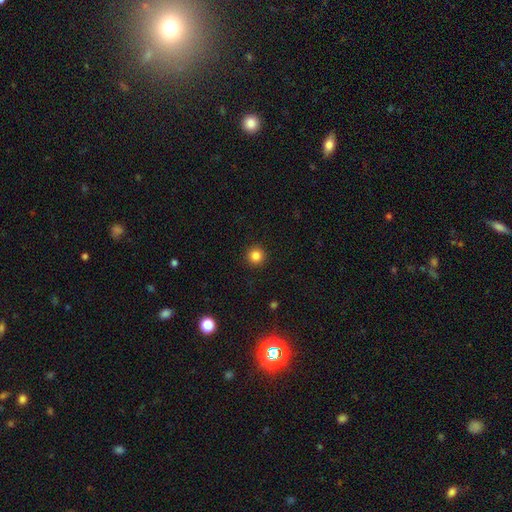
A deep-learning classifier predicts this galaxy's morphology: A smooth galaxy with no disk features (84%) that is round (96%).

Vote fractions:
- Smooth or featured? smooth: 84% / star or artifact: 12% / featured or disk: 4%
- How rounded? round: 96% / in between: 3% / cigar-shaped: 1%
- Merging? none: 93% / minor disturbance: 4% / major disturbance: 2% / merger: 1%